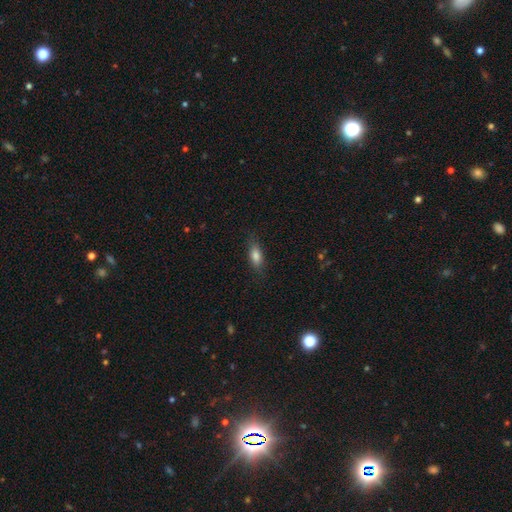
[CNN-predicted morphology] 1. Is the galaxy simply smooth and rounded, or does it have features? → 79% smooth, 13% featured or disk, 8% star or artifact.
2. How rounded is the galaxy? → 71% in between, 25% cigar-shaped, 4% round.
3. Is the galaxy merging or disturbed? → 80% none, 15% minor disturbance, 4% major disturbance, 1% merger.